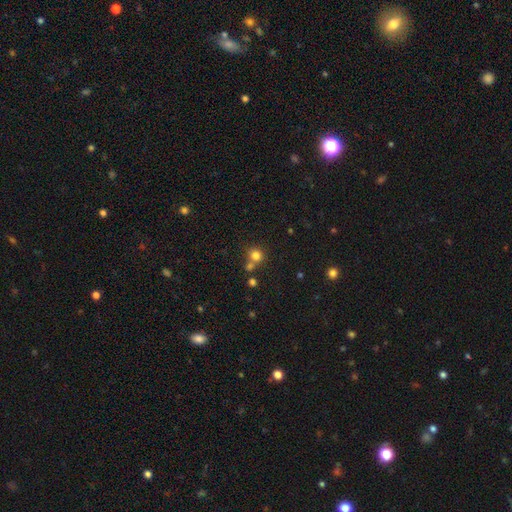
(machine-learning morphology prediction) smooth-or-featured: smooth: 79% | star or artifact: 14% | featured or disk: 7%
  how-rounded: round: 87% | in between: 12% | cigar-shaped: 1%
  merging: none: 59% | merger: 28% | minor disturbance: 9% | major disturbance: 3%